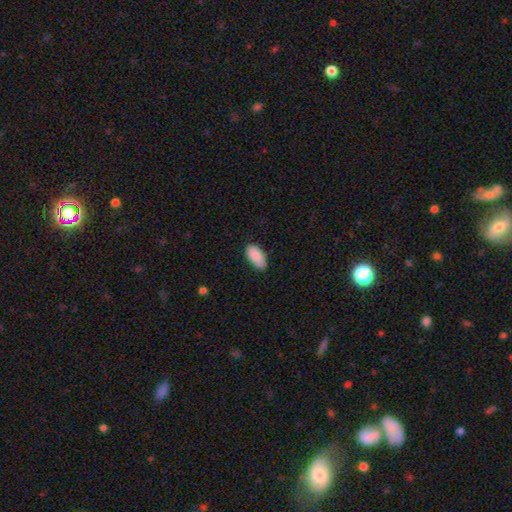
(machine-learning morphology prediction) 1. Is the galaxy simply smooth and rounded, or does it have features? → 88% smooth, 7% star or artifact, 6% featured or disk.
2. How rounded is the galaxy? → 92% in between, 5% cigar-shaped, 2% round.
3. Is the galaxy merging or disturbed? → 67% none, 27% minor disturbance, 4% major disturbance, 2% merger.